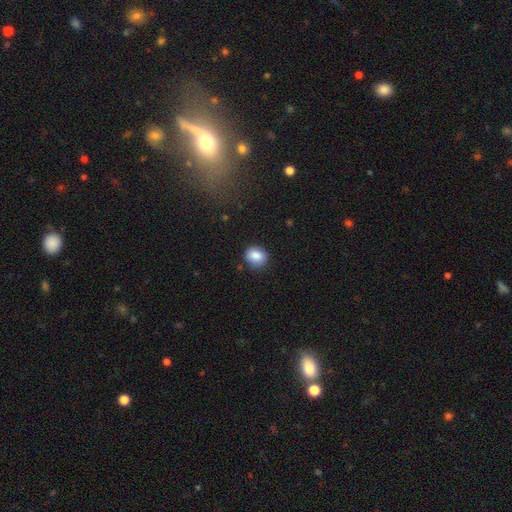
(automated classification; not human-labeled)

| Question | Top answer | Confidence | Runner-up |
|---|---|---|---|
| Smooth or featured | smooth | 86% | star or artifact (9%) |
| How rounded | round | 66% | in between (33%) |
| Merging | none | 83% | minor disturbance (13%) |